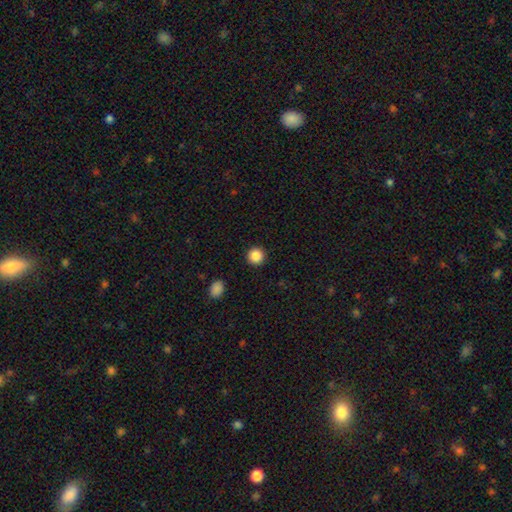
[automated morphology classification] smooth_or_featured: smooth (p=0.87) [alt: star or artifact p=0.10]
how_rounded: round (p=0.95) [alt: in between p=0.04]
merging: none (p=0.92) [alt: minor disturbance p=0.05]